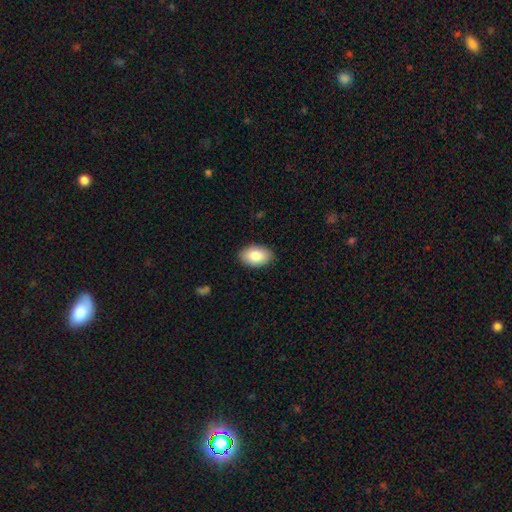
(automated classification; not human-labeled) Morphology: type=smooth (84%); roundness=in between (91%); merging=none (89%).